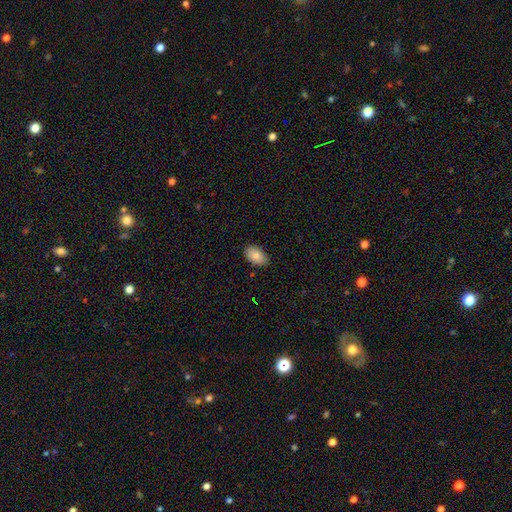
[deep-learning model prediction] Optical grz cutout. It shows a smooth galaxy with no disk features (87%) that is in between round and cigar-shaped (93%). Merging: none (85%).